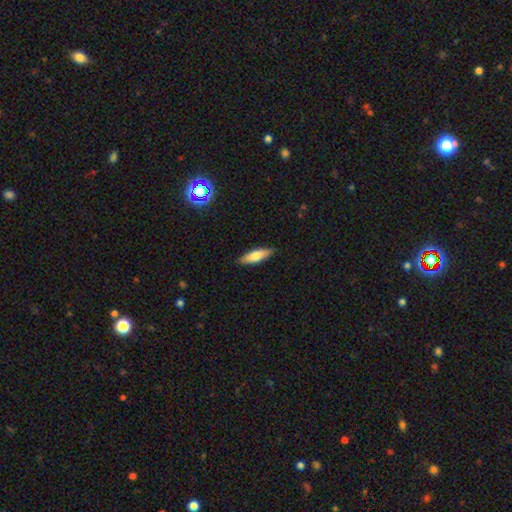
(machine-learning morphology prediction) smooth-or-featured: smooth: 69% | featured or disk: 25% | star or artifact: 6%
  how-rounded: cigar-shaped: 55% | in between: 43% | round: 2%
  merging: none: 88% | minor disturbance: 9% | major disturbance: 2% | merger: 1%